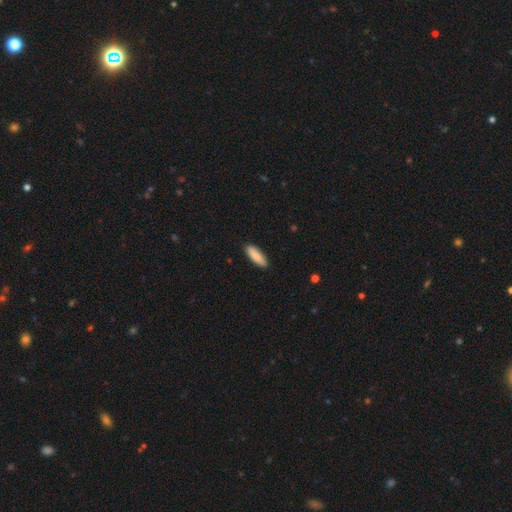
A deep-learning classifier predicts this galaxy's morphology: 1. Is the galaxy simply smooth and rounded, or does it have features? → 87% smooth, 7% featured or disk, 6% star or artifact.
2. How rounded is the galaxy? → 57% in between, 42% cigar-shaped, 2% round.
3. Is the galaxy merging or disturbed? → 90% none, 8% minor disturbance, 2% major disturbance, 1% merger.